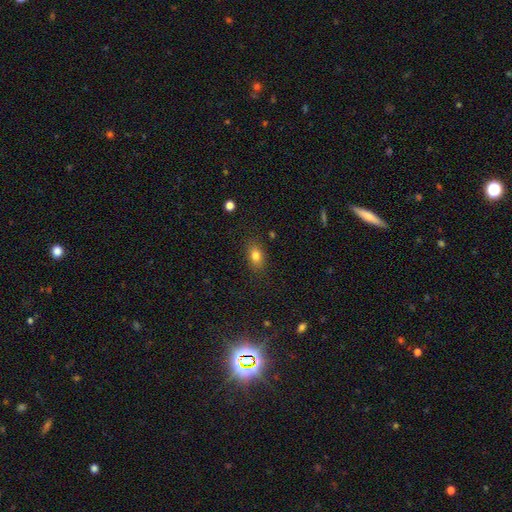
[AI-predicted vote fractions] Smooth or featured? smooth (80%)
How rounded? in between (82%)
Merging? none (83%)